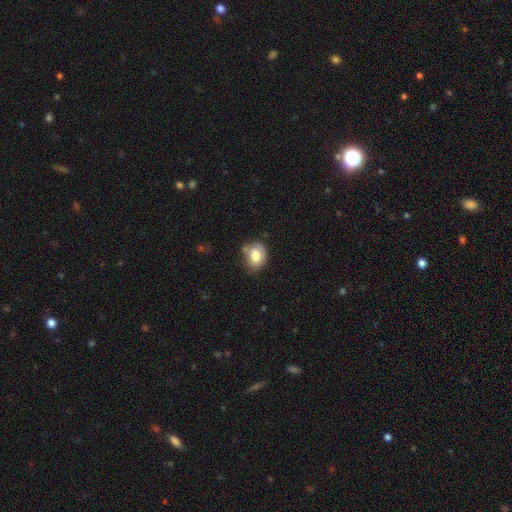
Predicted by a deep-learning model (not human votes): Q: Smooth or featured?
A: smooth (75%); runner-up: featured or disk (17%)
Q: How rounded?
A: in between (53%); runner-up: round (46%)
Q: Merging?
A: none (59%); runner-up: minor disturbance (28%)